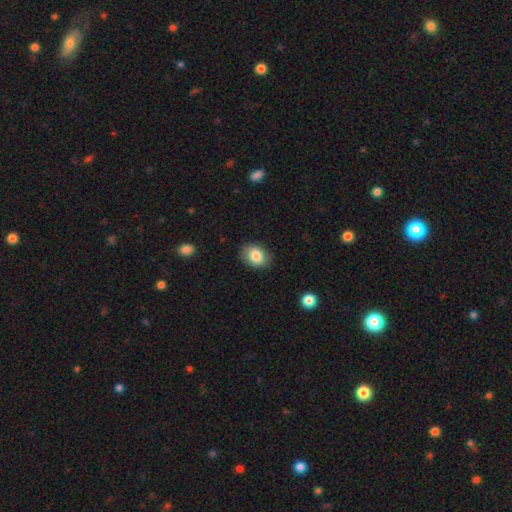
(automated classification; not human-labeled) Smooth or featured? smooth (84%)
How rounded? in between (65%)
Merging? none (85%)